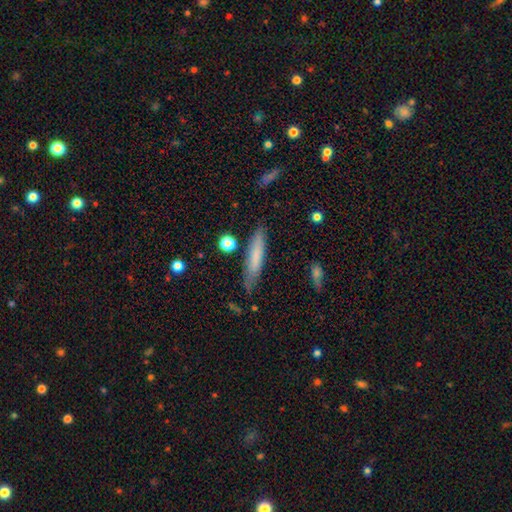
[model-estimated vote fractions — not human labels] A smooth galaxy with no disk features (70%) that is cigar-shaped (87%). Merging: none (78%).